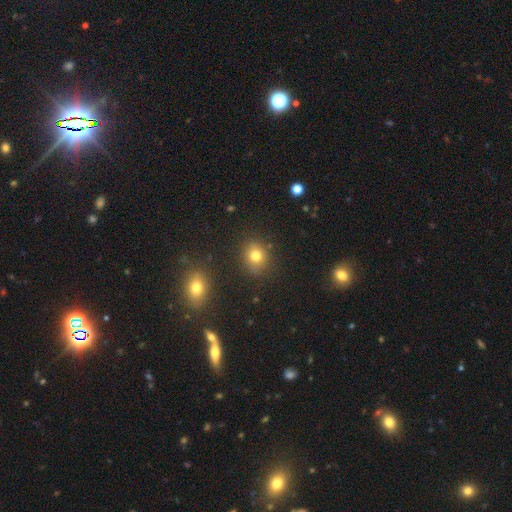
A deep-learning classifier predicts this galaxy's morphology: Q: Smooth or featured?
A: smooth (77%); runner-up: star or artifact (15%)
Q: How rounded?
A: round (70%); runner-up: in between (28%)
Q: Merging?
A: none (82%); runner-up: minor disturbance (11%)